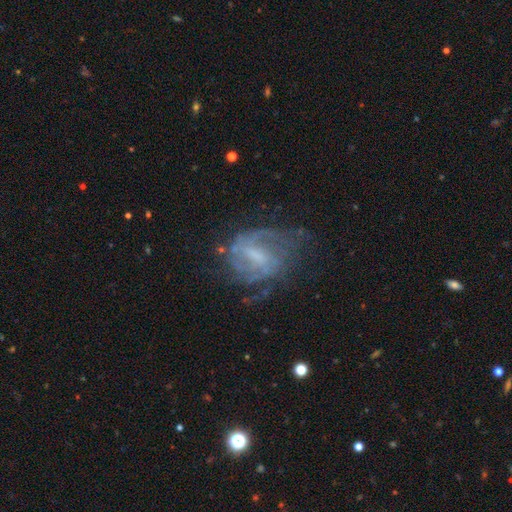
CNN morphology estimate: Overall: featured or disk (77%). Edge-on disk: no (97%). Bar: weak (54%; no 24%). Spiral arms: yes (84%). Spiral arm count: 2 (37%; can't tell 36%). Spiral winding: medium (43%; tight 35%). Bulge size: small (36%; moderate 30%). Merging: none (53%; major disturbance 22%).